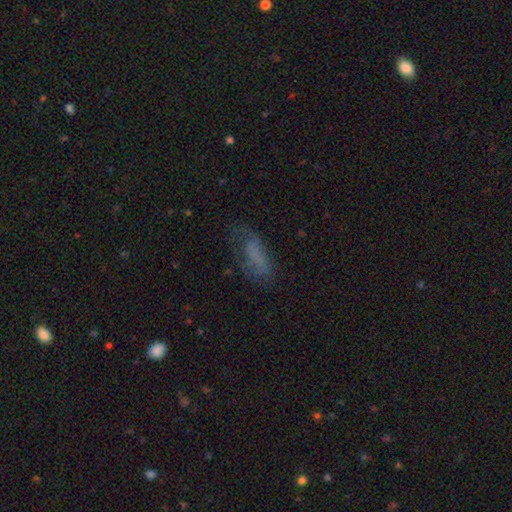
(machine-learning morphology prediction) A smooth galaxy with no disk features (62%) that is in between round and cigar-shaped (67%).

Vote fractions:
- Smooth or featured? smooth: 62% / featured or disk: 23% / star or artifact: 15%
- How rounded? in between: 67% / cigar-shaped: 30% / round: 3%
- Merging? none: 46% / minor disturbance: 27% / major disturbance: 24% / merger: 3%